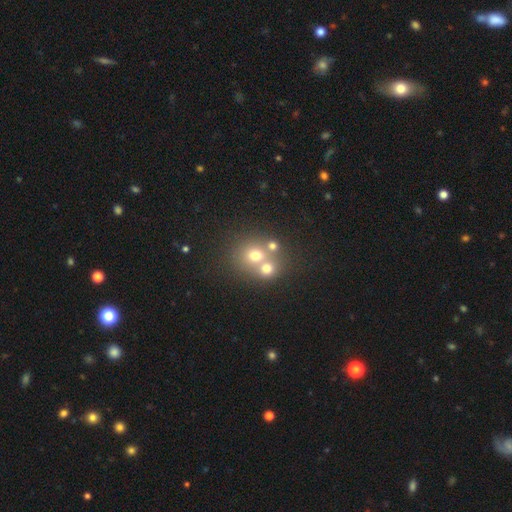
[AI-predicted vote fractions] Q: Smooth or featured?
A: smooth (66%); runner-up: featured or disk (17%)
Q: How rounded?
A: round (79%); runner-up: in between (20%)
Q: Merging?
A: merger (49%); runner-up: none (41%)